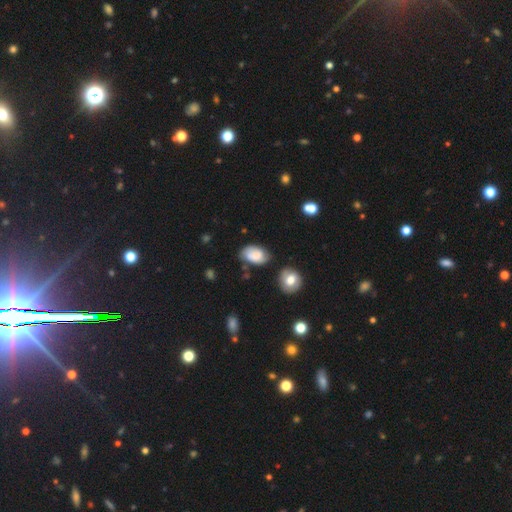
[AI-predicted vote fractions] Morphology: type=smooth (70%); roundness=in between (91%); merging=none (62%).